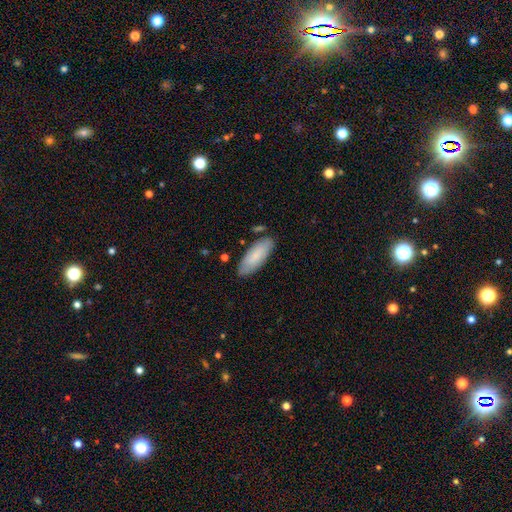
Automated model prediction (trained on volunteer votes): This is clearly a smooth galaxy (80%). How rounded: likely in between (73%). Merging: clearly none (81%).